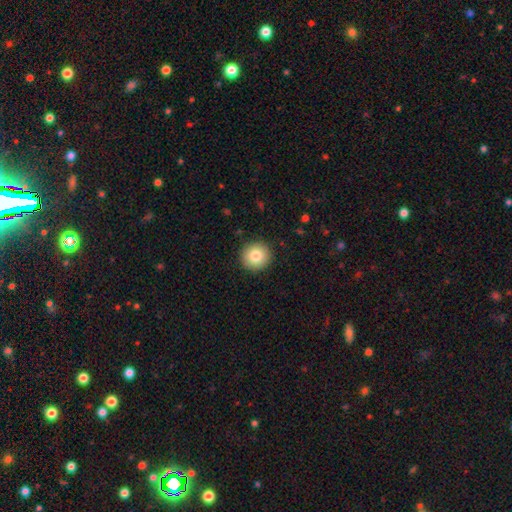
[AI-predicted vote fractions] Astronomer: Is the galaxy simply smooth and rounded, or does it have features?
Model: smooth — 82%.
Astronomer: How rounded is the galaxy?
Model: round — 94%.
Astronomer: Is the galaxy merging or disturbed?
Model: none — 91%.